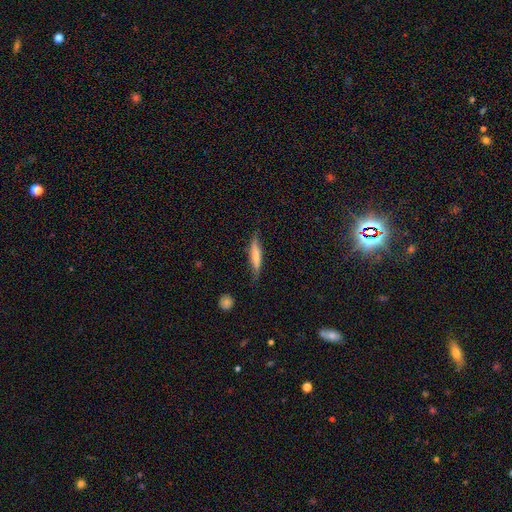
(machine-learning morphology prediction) smooth 61%, featured or disk 33%, star or artifact 6%. Down the decision tree: how rounded — cigar-shaped (86%); merging — none (73%).